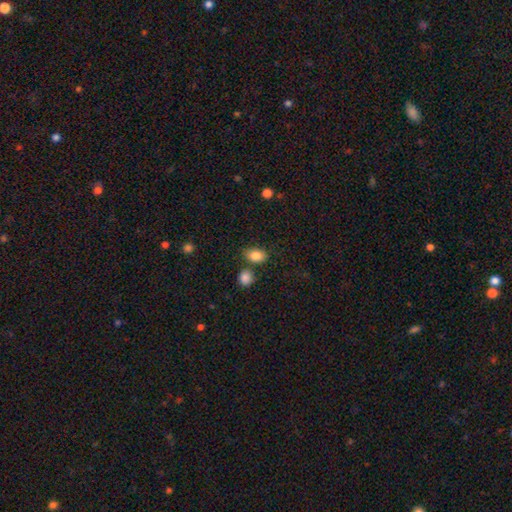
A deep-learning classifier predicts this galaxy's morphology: smooth_or_featured: smooth (p=0.85) [alt: star or artifact p=0.09]
how_rounded: in between (p=0.77) [alt: round p=0.22]
merging: none (p=0.73) [alt: minor disturbance p=0.12]